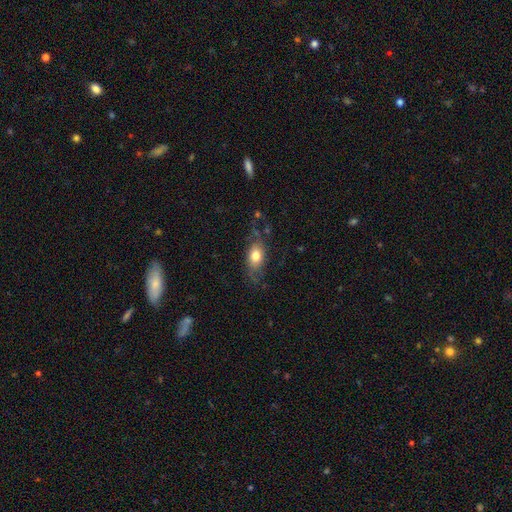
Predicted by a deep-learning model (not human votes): Smooth or featured?
  - smooth: 62% *
  - featured or disk: 30%
  - star or artifact: 8%
How rounded?
  - in between: 79% *
  - round: 13%
  - cigar-shaped: 8%
Merging?
  - none: 56% *
  - minor disturbance: 25%
  - major disturbance: 16%
  - merger: 3%